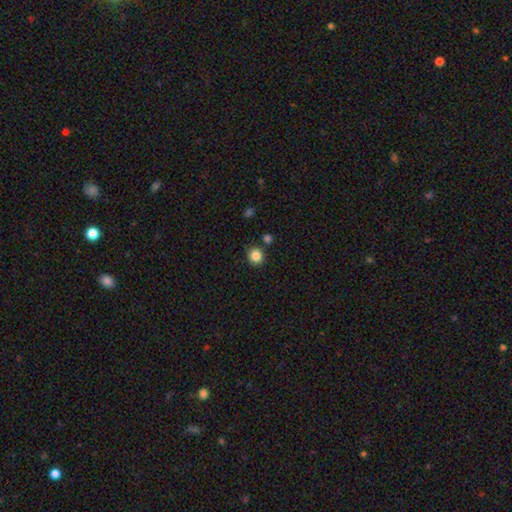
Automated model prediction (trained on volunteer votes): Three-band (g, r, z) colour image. It shows a smooth galaxy with no disk features (85%) that is round (90%). Merging: none (85%).